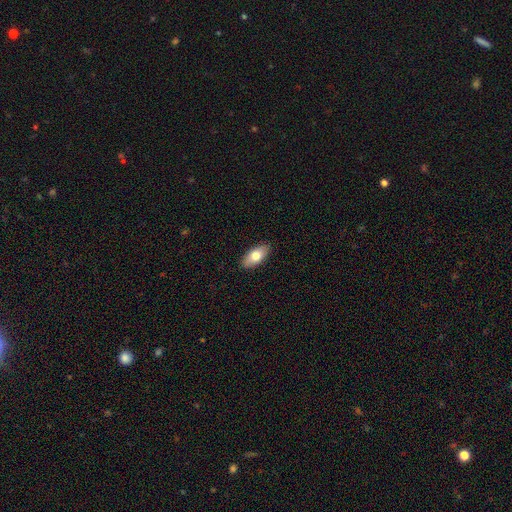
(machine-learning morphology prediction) This is likely a smooth galaxy (74%). How rounded: clearly in between (88%). Merging: clearly none (89%).